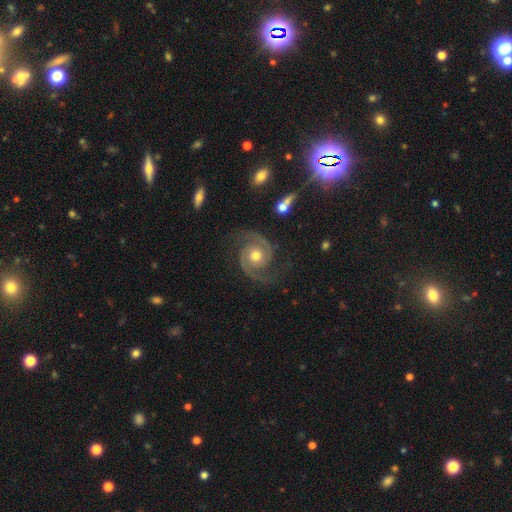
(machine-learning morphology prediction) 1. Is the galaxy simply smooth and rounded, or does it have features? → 92% featured or disk, 4% star or artifact, 4% smooth.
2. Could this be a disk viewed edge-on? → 98% no, 2% yes.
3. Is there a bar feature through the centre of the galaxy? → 74% no, 20% weak, 6% strong.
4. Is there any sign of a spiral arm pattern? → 98% yes, 2% no.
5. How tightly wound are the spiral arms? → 55% medium, 31% tight, 14% loose.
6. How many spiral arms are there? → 94% 2, 1% can't tell, 1% 3, 1% 1, 1% 4, 1% more than 4.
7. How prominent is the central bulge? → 76% moderate, 13% small, 9% large, 1% none, 1% dominant.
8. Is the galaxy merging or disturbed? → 81% none, 12% minor disturbance, 5% major disturbance, 2% merger.